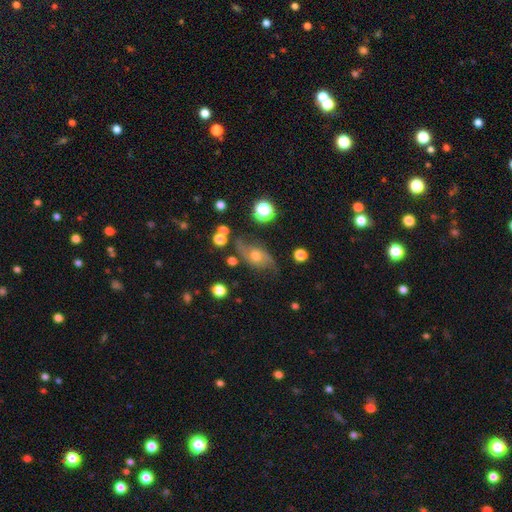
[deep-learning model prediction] Smooth or featured: featured or disk — 68% (smooth — 20%)
Edge-on disk: no — 91% (yes — 9%)
Bar: no — 73% (weak — 22%)
Spiral arms: yes — 90% (no — 10%)
Spiral winding: loose — 74% (medium — 19%)
Spiral arm count: 2 — 90% (can't tell — 4%)
Bulge size: moderate — 64% (small — 24%)
Merging: none — 65% (minor disturbance — 21%)